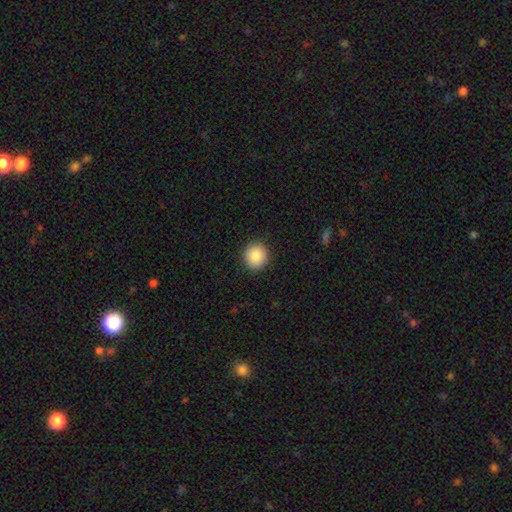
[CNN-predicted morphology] smooth-or-featured: smooth: 87% | star or artifact: 8% | featured or disk: 4%
  how-rounded: round: 91% | in between: 8% | cigar-shaped: 1%
  merging: none: 92% | minor disturbance: 6% | major disturbance: 2% | merger: 1%